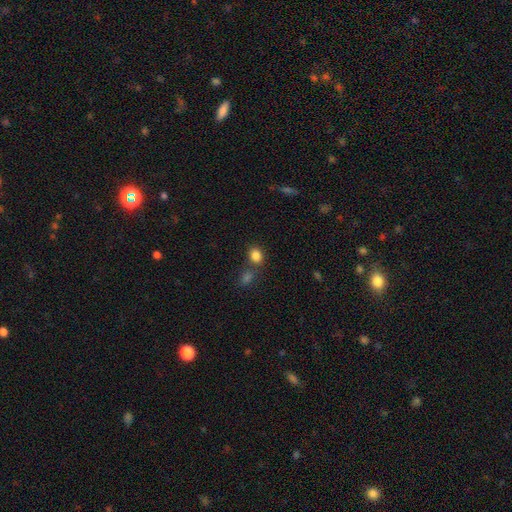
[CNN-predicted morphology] The model was most divided on "how rounded": in between: 50%, round: 49%, cigar-shaped: 1%. More confident: smooth or featured — smooth (84%); merging — none (65%).